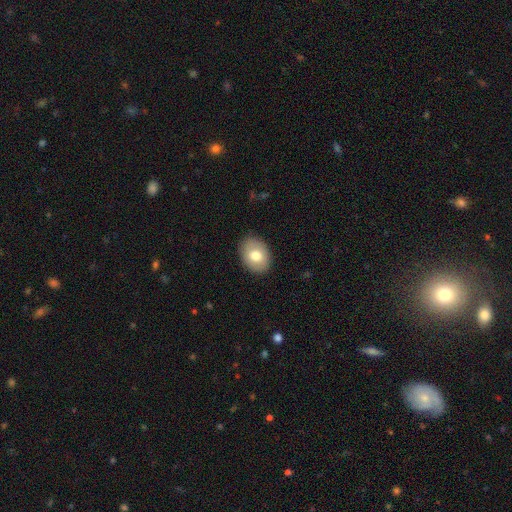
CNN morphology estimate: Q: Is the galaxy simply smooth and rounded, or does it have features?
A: smooth — 76%.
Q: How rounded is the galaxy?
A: in between — 71%.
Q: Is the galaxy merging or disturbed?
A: none — 87%.